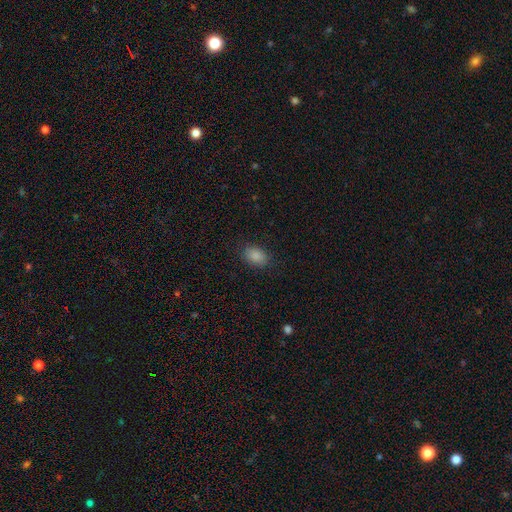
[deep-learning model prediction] This appears to be a smooth galaxy with no disk features (88%) that is in between round and cigar-shaped (83%). Merging: none (86%).